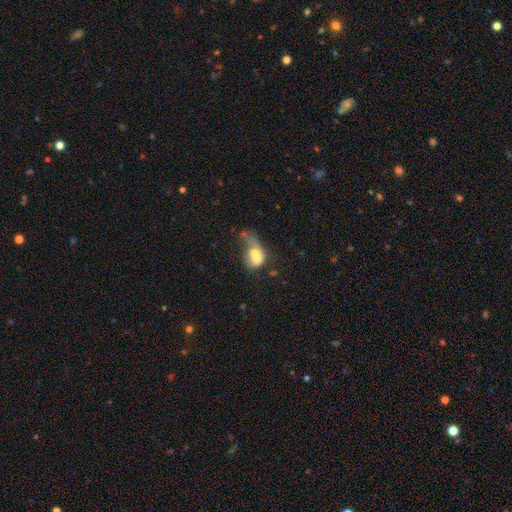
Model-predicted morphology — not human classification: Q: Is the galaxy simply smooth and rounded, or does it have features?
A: smooth — 59%.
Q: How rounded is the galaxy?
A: in between — 68%.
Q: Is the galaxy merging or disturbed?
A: merger — 49%.